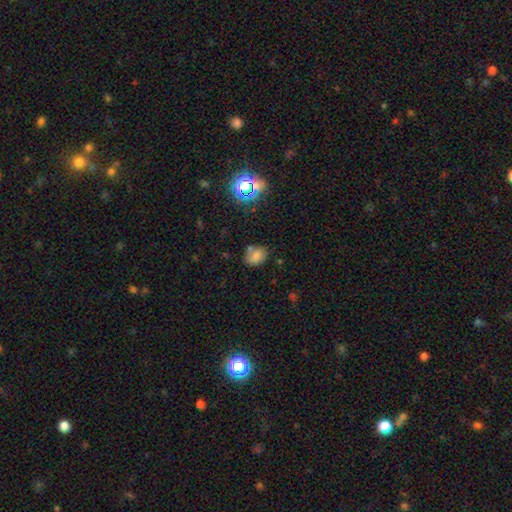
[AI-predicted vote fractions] A smooth galaxy with no disk features (73%) that is in between round and cigar-shaped (60%). Merging: none (68%).